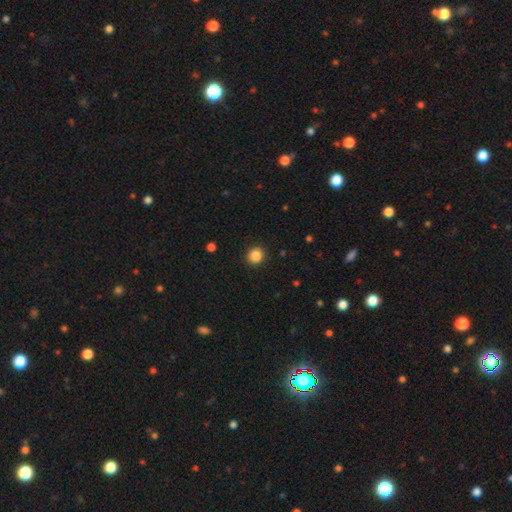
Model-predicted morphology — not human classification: Smooth or featured? smooth (86%)
How rounded? round (89%)
Merging? none (91%)